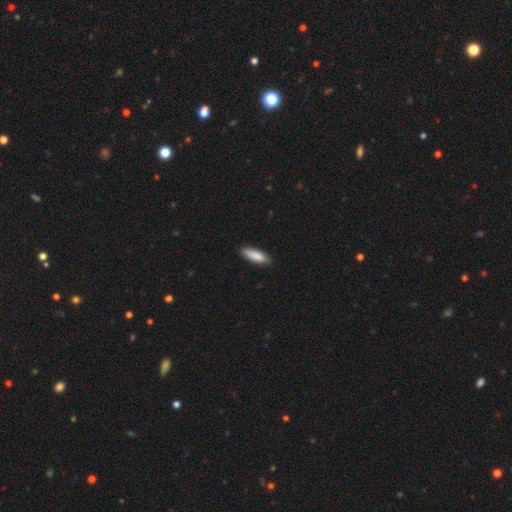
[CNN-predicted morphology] smooth-or-featured: smooth: 88% | featured or disk: 6% | star or artifact: 6%
  how-rounded: in between: 60% | cigar-shaped: 38% | round: 2%
  merging: none: 86% | minor disturbance: 11% | major disturbance: 2% | merger: 1%